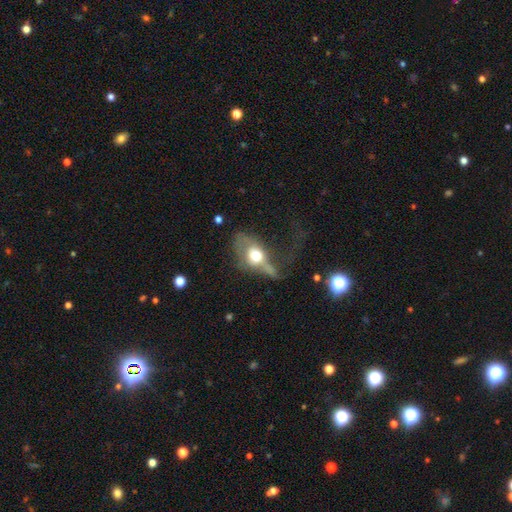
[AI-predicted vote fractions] Overall: smooth (52%; featured or disk 39%). How rounded: in between (66%; round 30%). Merging: major disturbance (56%; minor disturbance 18%).